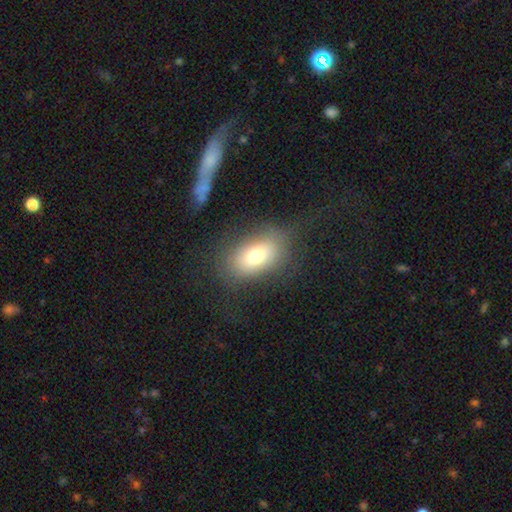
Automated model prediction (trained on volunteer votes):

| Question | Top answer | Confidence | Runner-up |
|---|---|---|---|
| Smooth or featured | smooth | 72% | featured or disk (18%) |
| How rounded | in between | 84% | round (14%) |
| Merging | none | 70% | minor disturbance (16%) |